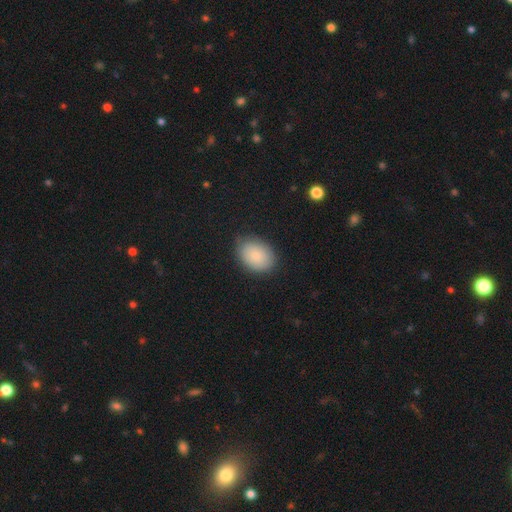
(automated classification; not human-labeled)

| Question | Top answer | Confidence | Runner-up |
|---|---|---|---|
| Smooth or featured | smooth | 84% | featured or disk (9%) |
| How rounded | in between | 75% | round (24%) |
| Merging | none | 81% | minor disturbance (15%) |